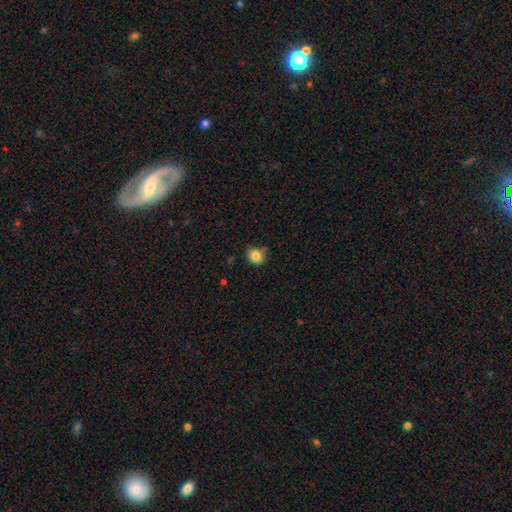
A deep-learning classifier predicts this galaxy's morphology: type=smooth (83%); roundness=round (71%); merging=none (72%).